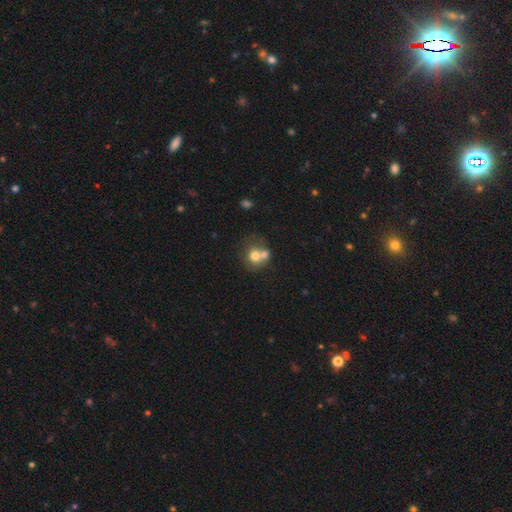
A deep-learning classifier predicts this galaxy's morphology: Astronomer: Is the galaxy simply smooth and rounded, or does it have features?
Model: smooth — 68%.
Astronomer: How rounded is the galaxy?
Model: round — 71%.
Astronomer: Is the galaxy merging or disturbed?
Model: merger — 57%.